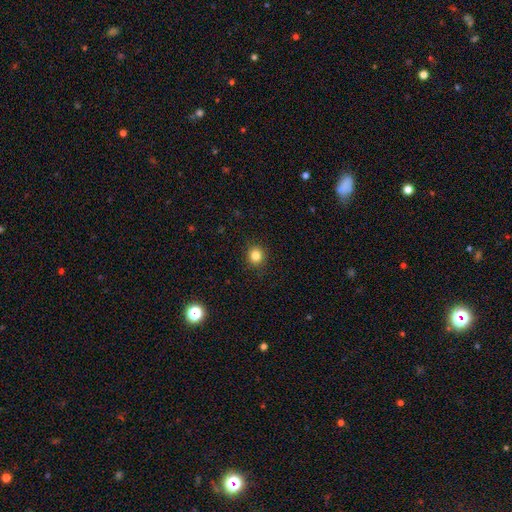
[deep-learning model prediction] smooth_or_featured: smooth (p=0.83) [alt: star or artifact p=0.12]
how_rounded: round (p=0.86) [alt: in between p=0.14]
merging: none (p=0.91) [alt: minor disturbance p=0.06]